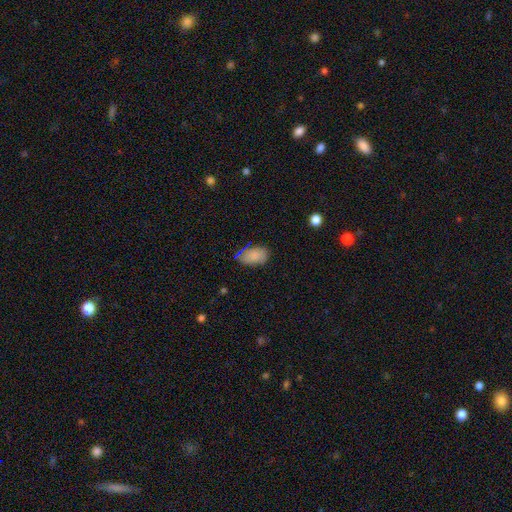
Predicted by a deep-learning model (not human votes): Smooth or featured?
  - smooth: 81% *
  - star or artifact: 10%
  - featured or disk: 8%
How rounded?
  - in between: 92% *
  - round: 6%
  - cigar-shaped: 2%
Merging?
  - none: 71% *
  - minor disturbance: 20%
  - major disturbance: 5%
  - merger: 4%